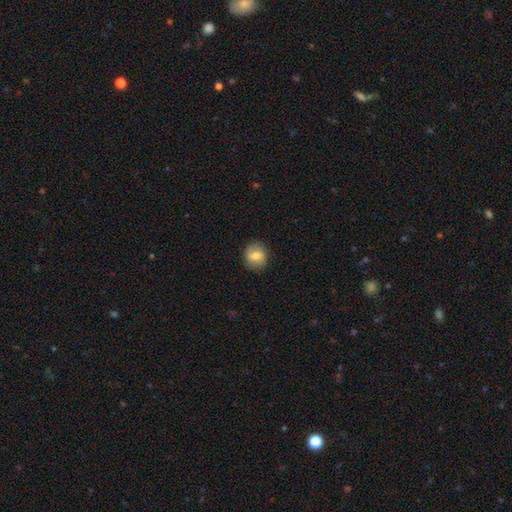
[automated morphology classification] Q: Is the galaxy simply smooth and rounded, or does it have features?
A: smooth — 60%.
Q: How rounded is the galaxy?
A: round — 79%.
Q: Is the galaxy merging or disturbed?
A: none — 84%.